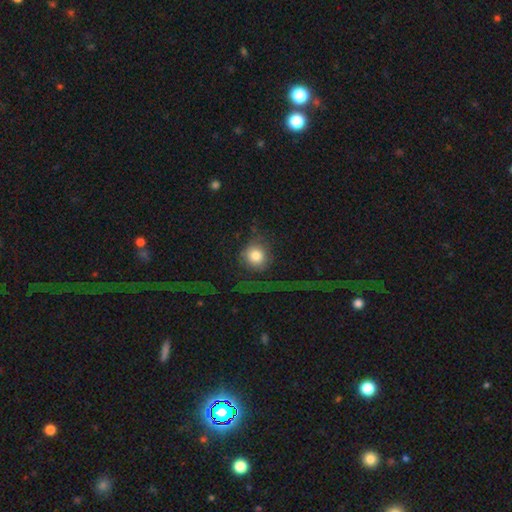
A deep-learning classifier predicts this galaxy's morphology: Smooth or featured?
  - smooth: 74% *
  - featured or disk: 17%
  - star or artifact: 10%
How rounded?
  - round: 89% *
  - in between: 10%
  - cigar-shaped: 1%
Merging?
  - none: 46% *
  - major disturbance: 37%
  - minor disturbance: 14%
  - merger: 3%